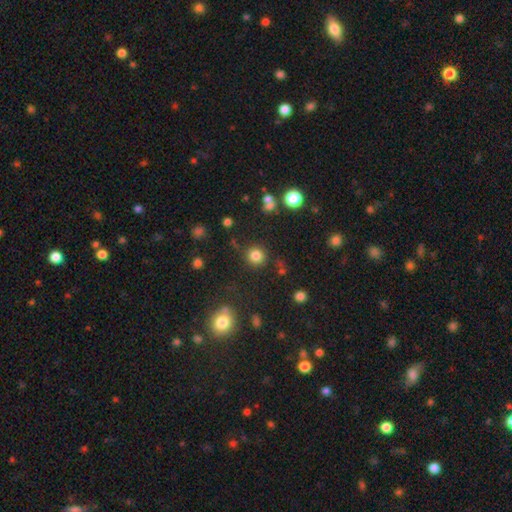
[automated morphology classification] This appears to be a smooth galaxy with no disk features (81%) that is round (93%). Merging: none (84%).